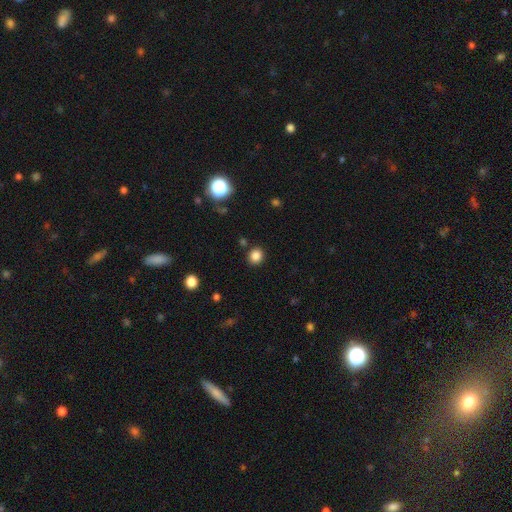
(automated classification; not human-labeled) A smooth galaxy with no disk features (84%) that is round (82%). Merging: none (88%).